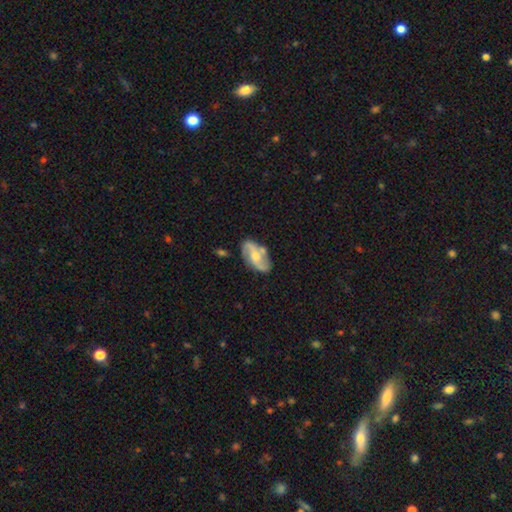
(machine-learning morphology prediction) The model was most divided on "spiral winding": loose: 45%, medium: 40%, tight: 15%. Remaining: edge-on disk — no (94%); spiral arms — yes (89%); spiral arm count — 2 (87%); smooth or featured — featured or disk (72%); merging — none (70%); bulge size — moderate (59%); bar — no (46%).